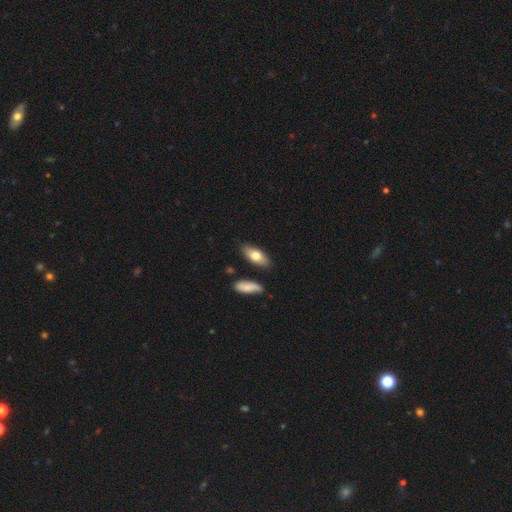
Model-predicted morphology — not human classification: smooth_or_featured: smooth (p=0.71) [alt: featured or disk p=0.23]
how_rounded: in between (p=0.80) [alt: cigar-shaped p=0.17]
merging: none (p=0.82) [alt: minor disturbance p=0.12]